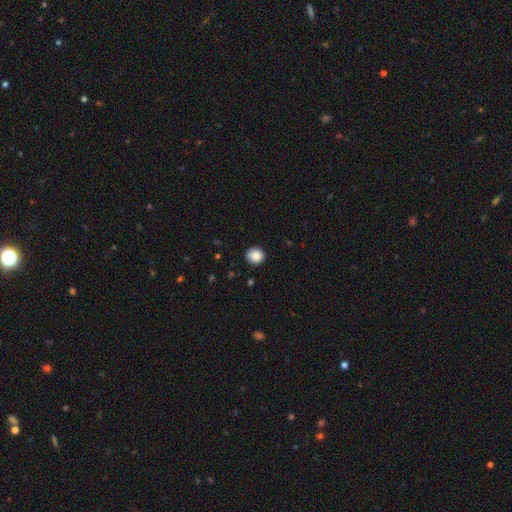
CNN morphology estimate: A smooth galaxy with no disk features (87%) that is round (91%).

Vote fractions:
- Smooth or featured? smooth: 87% / star or artifact: 9% / featured or disk: 4%
- How rounded? round: 91% / in between: 8% / cigar-shaped: 1%
- Merging? none: 90% / minor disturbance: 8% / major disturbance: 2% / merger: 1%